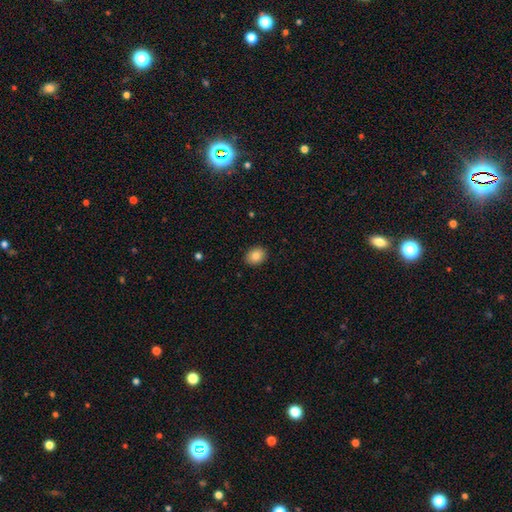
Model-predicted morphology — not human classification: type=smooth (85%); roundness=in between (55%); merging=none (90%).